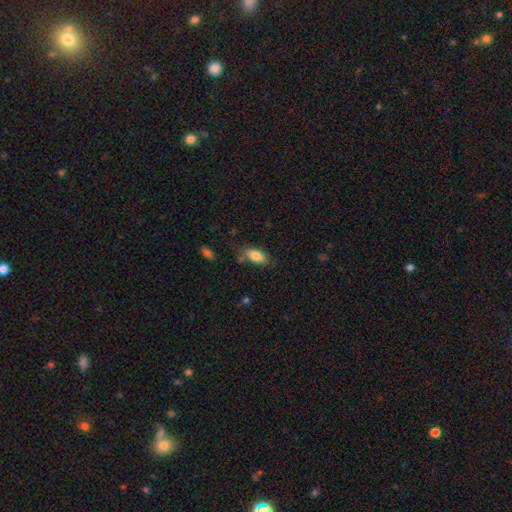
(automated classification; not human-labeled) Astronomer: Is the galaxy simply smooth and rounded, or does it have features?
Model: smooth — 80%.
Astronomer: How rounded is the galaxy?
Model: in between — 86%.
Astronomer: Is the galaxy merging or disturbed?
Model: none — 71%.